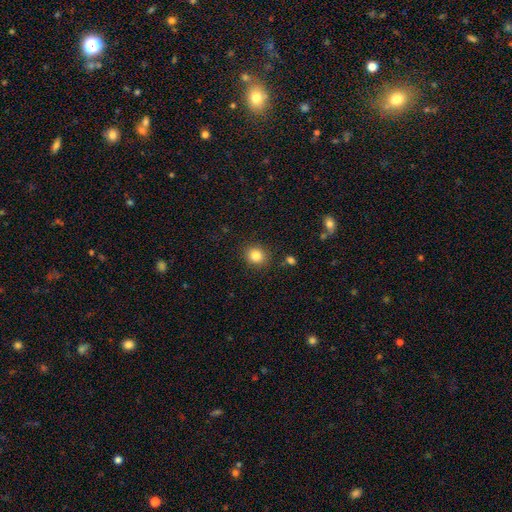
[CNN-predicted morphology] A smooth galaxy with no disk features (84%) that is round (78%). Merging: none (87%).